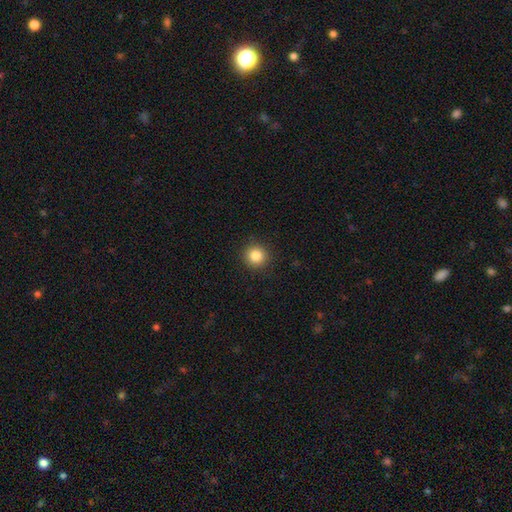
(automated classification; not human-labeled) A smooth galaxy with no disk features (84%) that is round (94%).

Vote fractions:
- Smooth or featured? smooth: 84% / star or artifact: 11% / featured or disk: 5%
- How rounded? round: 94% / in between: 5% / cigar-shaped: 1%
- Merging? none: 92% / minor disturbance: 6% / major disturbance: 2% / merger: 1%